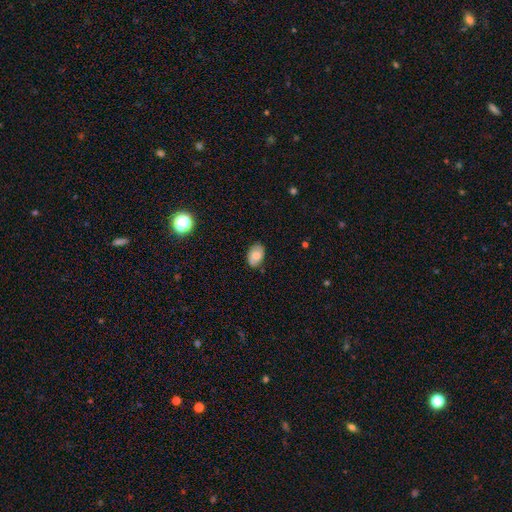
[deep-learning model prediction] This is likely a smooth galaxy (72%). How rounded: clearly in between (87%). Merging: likely none (80%).